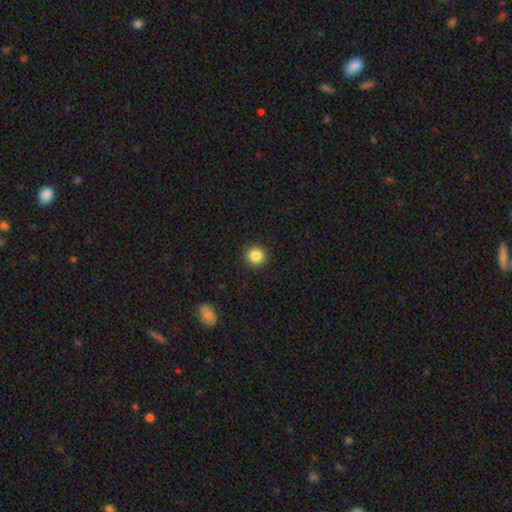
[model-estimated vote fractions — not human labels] smooth-or-featured: smooth: 85% | star or artifact: 10% | featured or disk: 4%
  how-rounded: round: 93% | in between: 6% | cigar-shaped: 1%
  merging: none: 93% | minor disturbance: 5% | major disturbance: 2% | merger: 1%